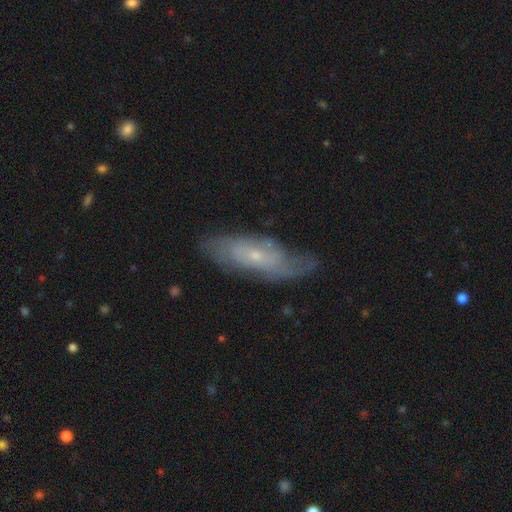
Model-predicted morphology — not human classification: A featured or disk galaxy (69%) with no bar (73%), spiral arms (82%) and a small central bulge (73%).

Vote fractions:
- Smooth or featured? featured or disk: 69% / smooth: 25% / star or artifact: 7%
- Edge-on disk? no: 82% / yes: 18%
- Bar? no: 73% / weak: 23% / strong: 4%
- Spiral arms? yes: 82% / no: 18%
- Bulge size? small: 73% / moderate: 23% / none: 2% / large: 1% / dominant: 1%
- Merging? none: 65% / minor disturbance: 23% / major disturbance: 10% / merger: 2%